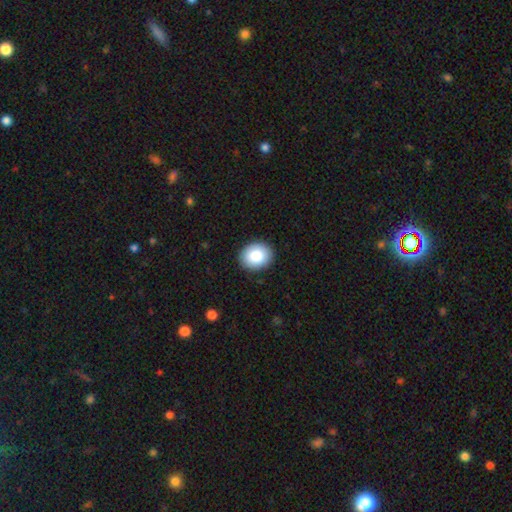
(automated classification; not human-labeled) The model was most divided on "how rounded": round: 59%, in between: 40%, cigar-shaped: 1%. More confident: merging — none (90%); smooth or featured — smooth (86%).